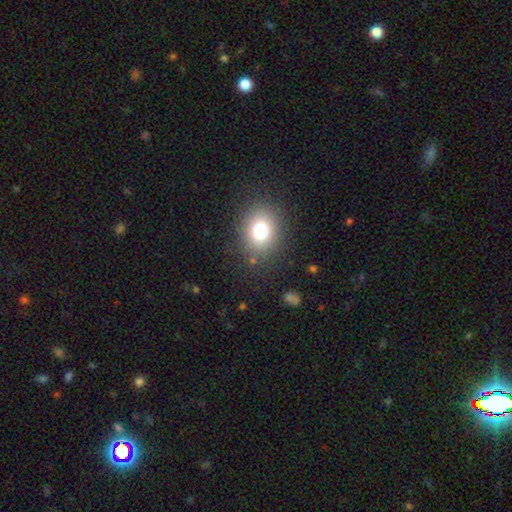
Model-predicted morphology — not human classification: smooth 74%, star or artifact 18%, featured or disk 8%. Down the decision tree: how rounded — round (53%); merging — none (90%).